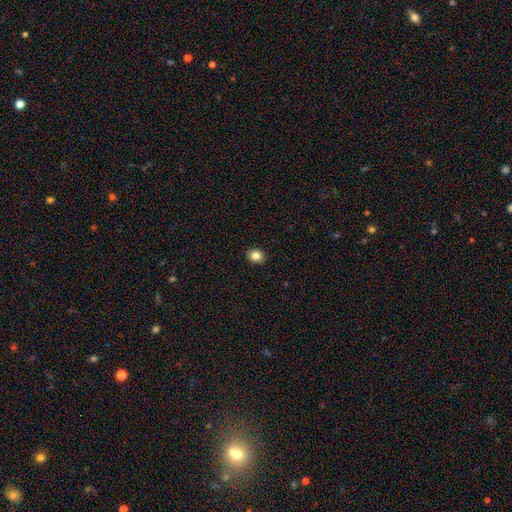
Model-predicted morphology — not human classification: smooth-or-featured: smooth: 84% | star or artifact: 10% | featured or disk: 6%
  how-rounded: round: 51% | in between: 48% | cigar-shaped: 1%
  merging: none: 91% | minor disturbance: 7% | major disturbance: 2% | merger: 1%